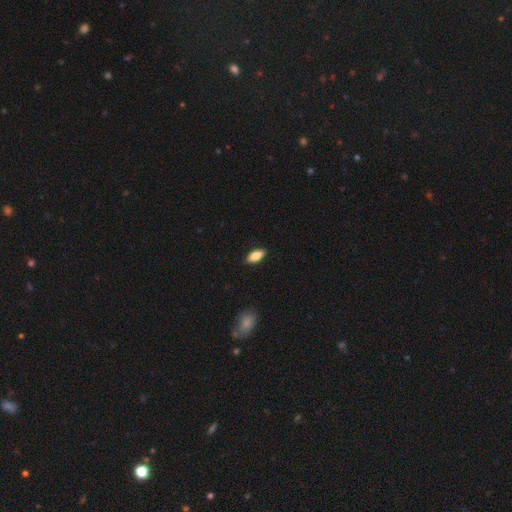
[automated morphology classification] A smooth galaxy with no disk features (80%) that is in between round and cigar-shaped (86%).

Vote fractions:
- Smooth or featured? smooth: 80% / featured or disk: 13% / star or artifact: 7%
- How rounded? in between: 86% / cigar-shaped: 11% / round: 3%
- Merging? none: 88% / minor disturbance: 9% / major disturbance: 2% / merger: 1%